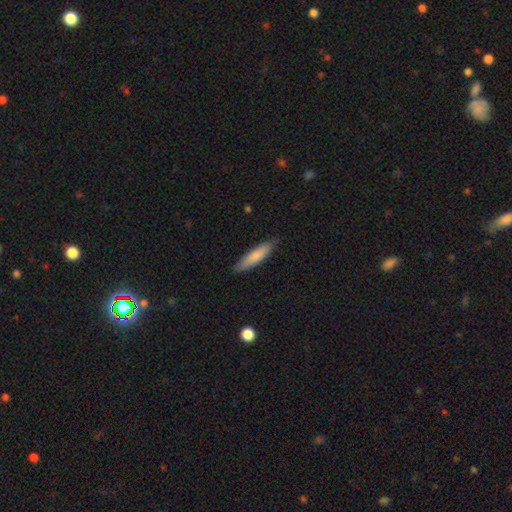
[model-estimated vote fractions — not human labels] Q: Smooth or featured?
A: smooth (77%); runner-up: featured or disk (17%)
Q: How rounded?
A: cigar-shaped (78%); runner-up: in between (21%)
Q: Merging?
A: none (86%); runner-up: minor disturbance (11%)